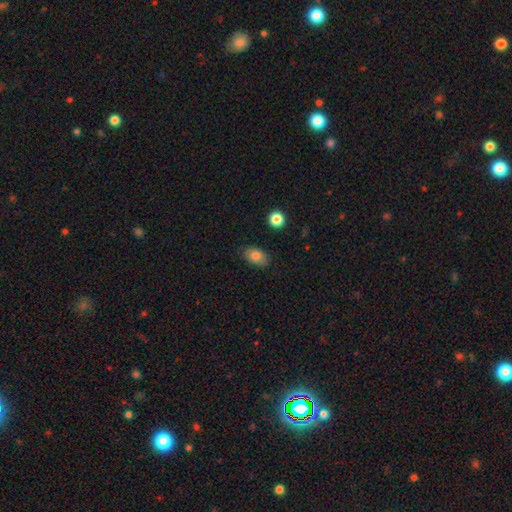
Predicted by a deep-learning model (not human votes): smooth-or-featured: smooth: 82% | featured or disk: 10% | star or artifact: 8%
  how-rounded: in between: 87% | round: 11% | cigar-shaped: 2%
  merging: none: 81% | minor disturbance: 15% | major disturbance: 3% | merger: 1%